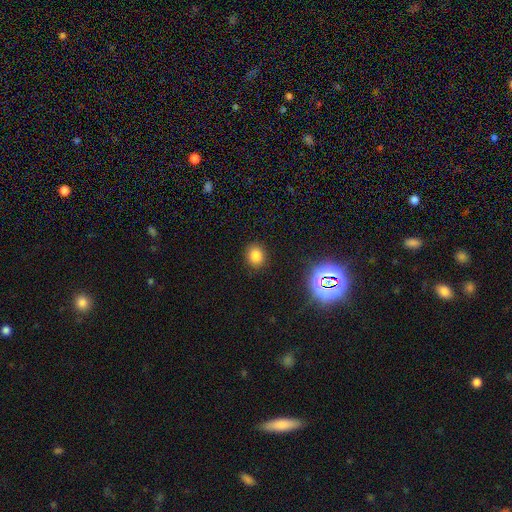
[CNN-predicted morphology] A smooth galaxy with no disk features (79%) that is round (74%). Merging: none (89%).